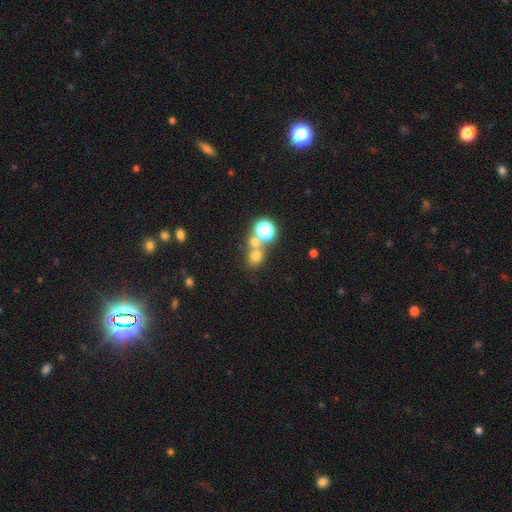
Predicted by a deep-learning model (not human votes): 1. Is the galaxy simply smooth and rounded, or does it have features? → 66% smooth, 24% star or artifact, 10% featured or disk.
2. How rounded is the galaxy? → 83% round, 16% in between, 1% cigar-shaped.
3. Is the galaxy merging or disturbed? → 54% none, 34% merger, 8% minor disturbance, 4% major disturbance.